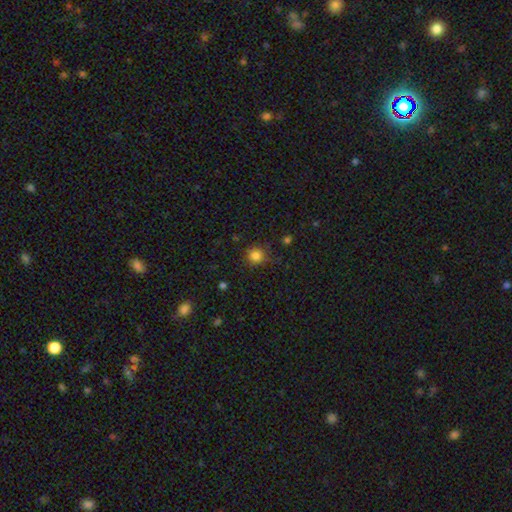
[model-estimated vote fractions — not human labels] A smooth galaxy with no disk features (83%) that is round (91%).

Vote fractions:
- Smooth or featured? smooth: 83% / star or artifact: 13% / featured or disk: 4%
- How rounded? round: 91% / in between: 9% / cigar-shaped: 1%
- Merging? none: 81% / minor disturbance: 13% / major disturbance: 4% / merger: 2%